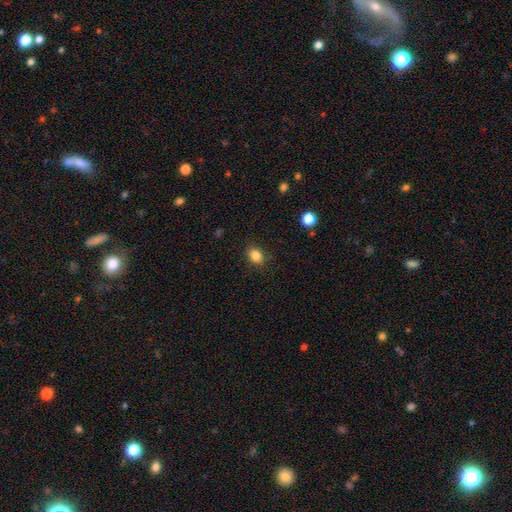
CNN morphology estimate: Smooth or featured?
  - smooth: 85% *
  - star or artifact: 10%
  - featured or disk: 5%
How rounded?
  - in between: 67% *
  - round: 32%
  - cigar-shaped: 1%
Merging?
  - none: 87% *
  - minor disturbance: 9%
  - major disturbance: 3%
  - merger: 1%